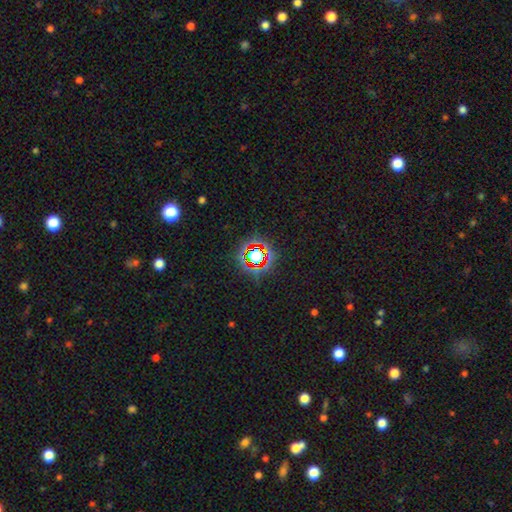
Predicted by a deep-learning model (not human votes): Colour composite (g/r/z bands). It shows a star or artifact, not a galaxy (70%).